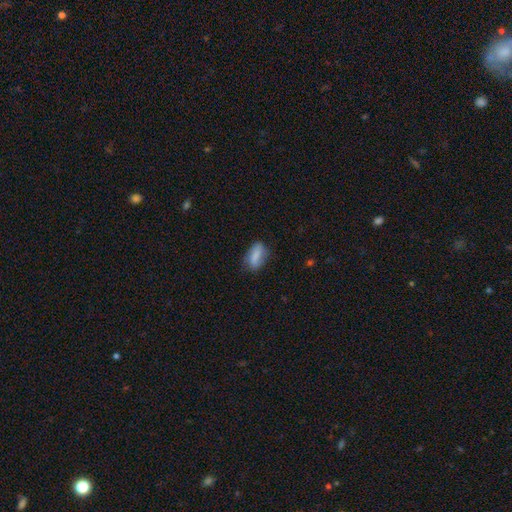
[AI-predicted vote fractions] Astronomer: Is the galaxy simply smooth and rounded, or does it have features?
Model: smooth — 79%.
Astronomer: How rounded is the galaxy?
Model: in between — 85%.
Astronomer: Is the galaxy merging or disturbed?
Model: none — 68%.